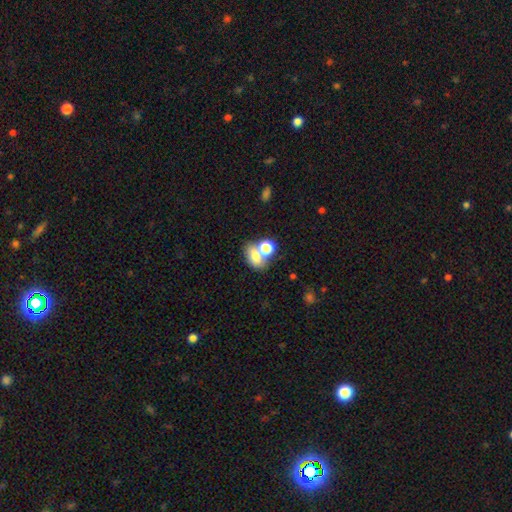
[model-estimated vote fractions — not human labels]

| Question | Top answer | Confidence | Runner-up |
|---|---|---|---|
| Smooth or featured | smooth | 73% | featured or disk (15%) |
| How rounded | in between | 76% | round (22%) |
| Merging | merger | 50% | none (34%) |